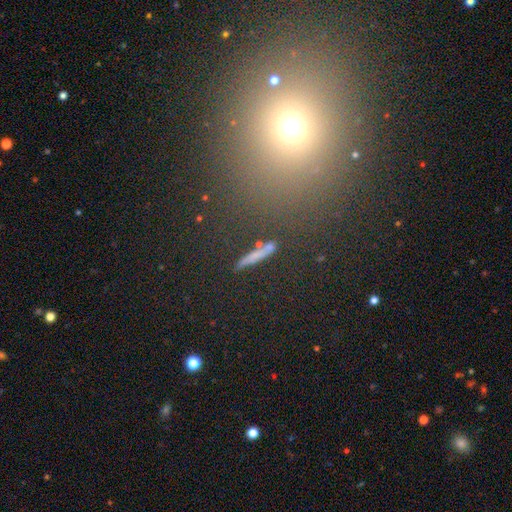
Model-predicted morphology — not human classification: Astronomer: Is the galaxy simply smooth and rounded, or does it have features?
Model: smooth — 58%.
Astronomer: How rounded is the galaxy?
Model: cigar-shaped — 84%.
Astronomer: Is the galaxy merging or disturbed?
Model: none — 74%.